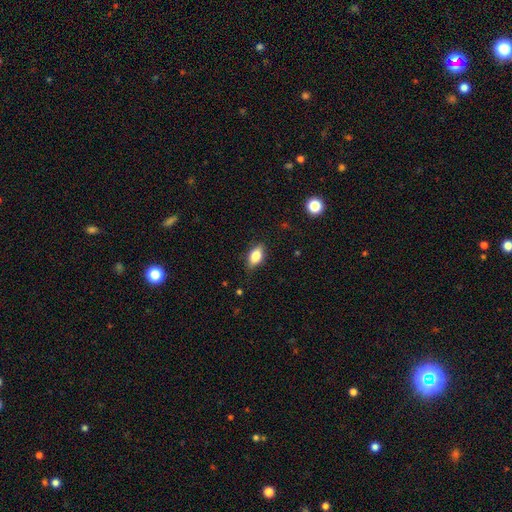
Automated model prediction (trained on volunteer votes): This appears to be a smooth galaxy with no disk features (75%) that is in between round and cigar-shaped (85%). Merging: none (80%).